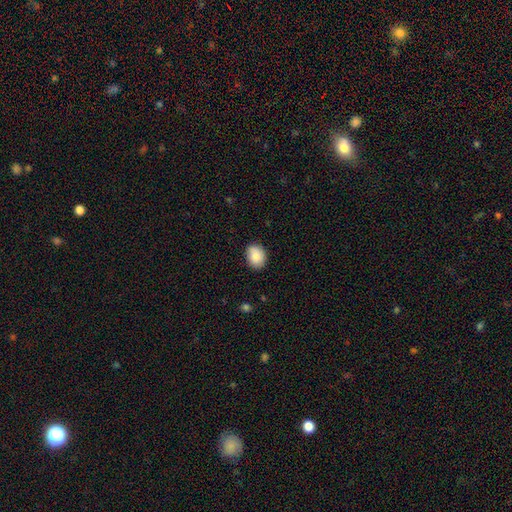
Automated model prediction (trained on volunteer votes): Smooth or featured? Predicted: smooth (p=0.87). How rounded? Predicted: in between (p=0.61). Merging? Predicted: none (p=0.84).